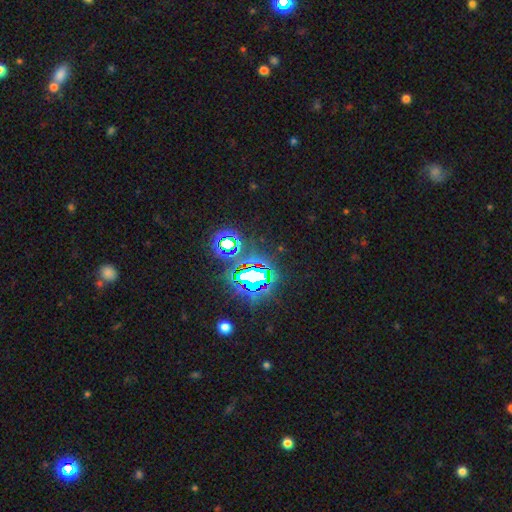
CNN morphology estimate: type=star or artifact (80%).